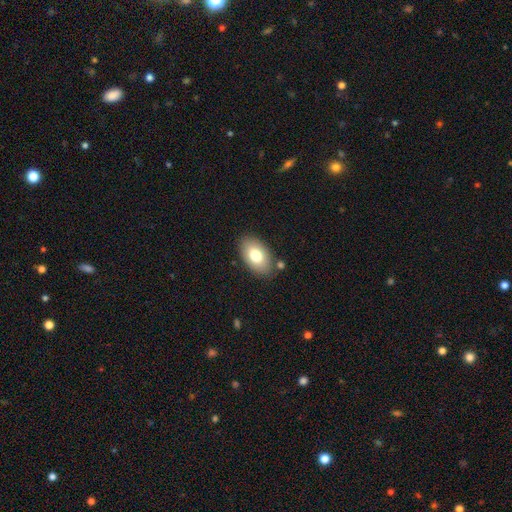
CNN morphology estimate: Smooth or featured? smooth (76%)
How rounded? in between (92%)
Merging? none (82%)